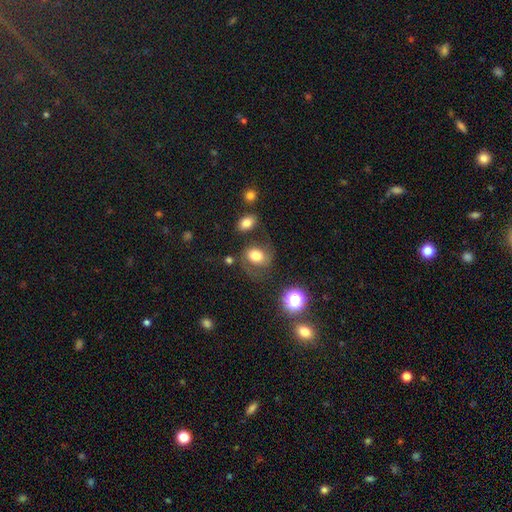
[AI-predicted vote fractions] The model was most divided on "how rounded": in between: 53%, round: 46%, cigar-shaped: 1%. More confident: smooth or featured — smooth (58%); merging — none (56%).